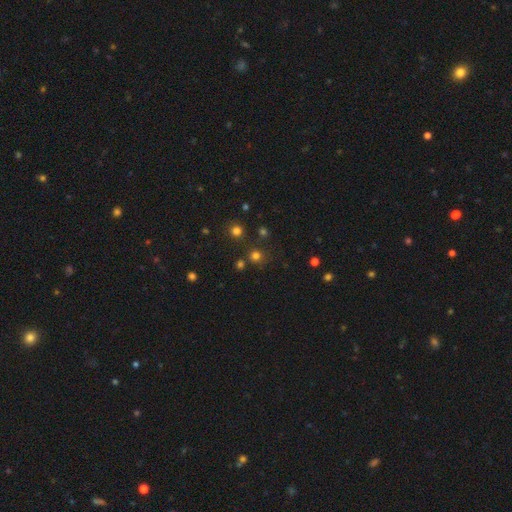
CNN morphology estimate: A smooth galaxy with no disk features (69%) that is round (90%). Merging: none (78%).